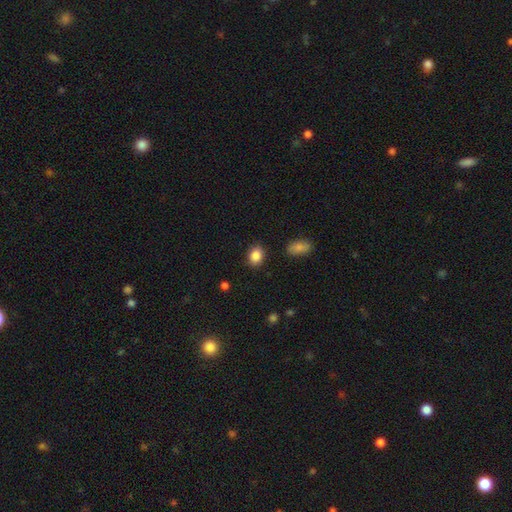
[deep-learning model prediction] smooth-or-featured: smooth: 87% | star or artifact: 8% | featured or disk: 5%
  how-rounded: in between: 63% | round: 36% | cigar-shaped: 1%
  merging: none: 87% | minor disturbance: 9% | major disturbance: 2% | merger: 2%